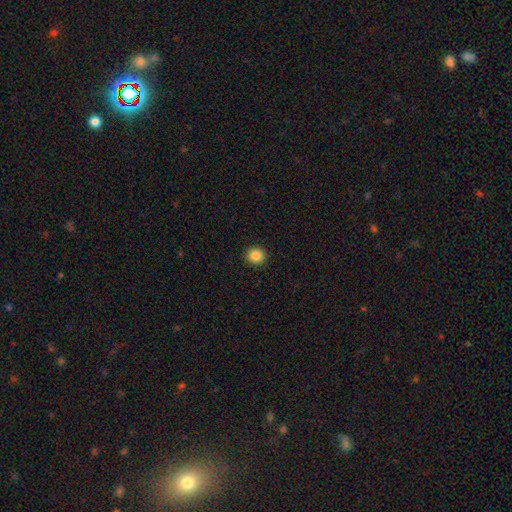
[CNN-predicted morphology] This appears to be a smooth galaxy with no disk features (86%) that is round (90%). Merging: none (93%).